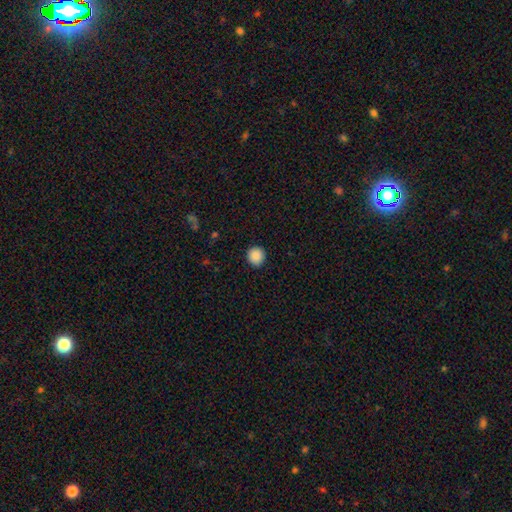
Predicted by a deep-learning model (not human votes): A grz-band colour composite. It shows a smooth galaxy with no disk features (89%) that is round (93%). Merging: none (92%).